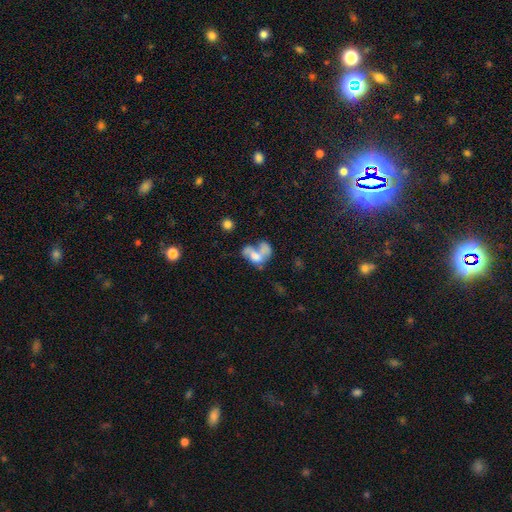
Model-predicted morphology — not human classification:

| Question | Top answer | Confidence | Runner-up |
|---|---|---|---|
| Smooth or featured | smooth | 47% | featured or disk (41%) |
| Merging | merger | 57% | major disturbance (20%) |